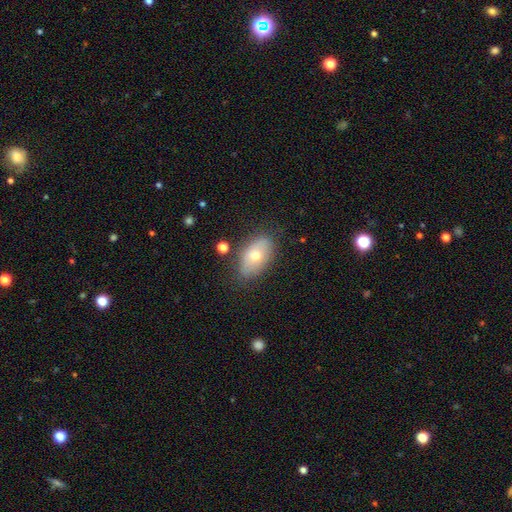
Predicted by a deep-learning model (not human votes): smooth-or-featured: smooth: 58% | featured or disk: 33% | star or artifact: 9%
  how-rounded: in between: 88% | round: 10% | cigar-shaped: 2%
  merging: none: 76% | minor disturbance: 16% | major disturbance: 4% | merger: 3%